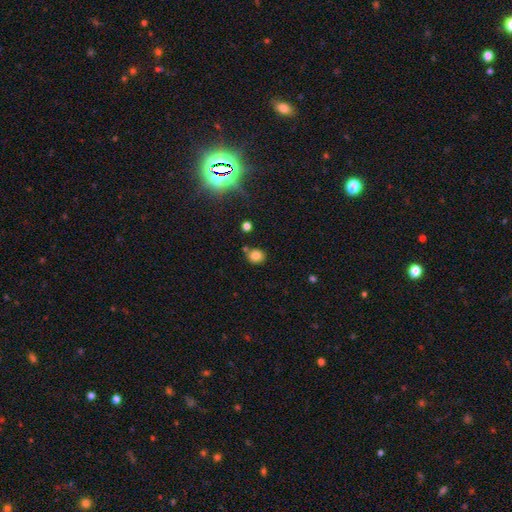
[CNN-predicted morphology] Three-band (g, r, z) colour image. It shows a smooth galaxy with no disk features (80%) that is round (80%). Merging: none (76%).